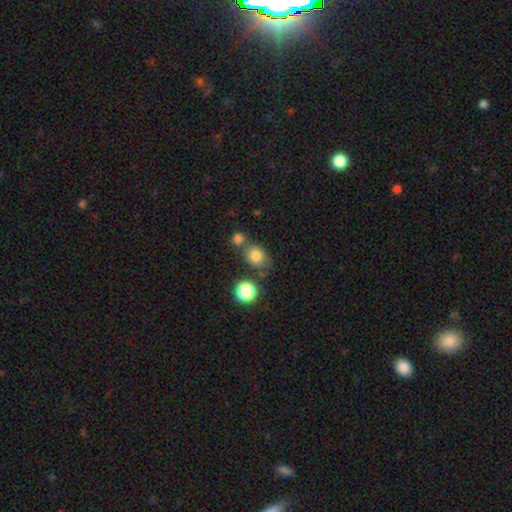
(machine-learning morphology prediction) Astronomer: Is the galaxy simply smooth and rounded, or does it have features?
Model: smooth — 79%.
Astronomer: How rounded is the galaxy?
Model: in between — 49%, tied with round at 49%.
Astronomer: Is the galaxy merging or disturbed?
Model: none — 57%.